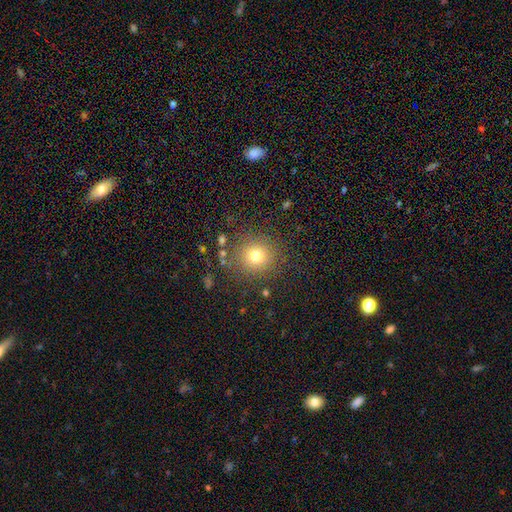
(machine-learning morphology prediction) A smooth galaxy with no disk features (74%) that is round (90%).

Vote fractions:
- Smooth or featured? smooth: 74% / star or artifact: 16% / featured or disk: 10%
- How rounded? round: 90% / in between: 9% / cigar-shaped: 1%
- Merging? none: 84% / minor disturbance: 9% / major disturbance: 4% / merger: 2%